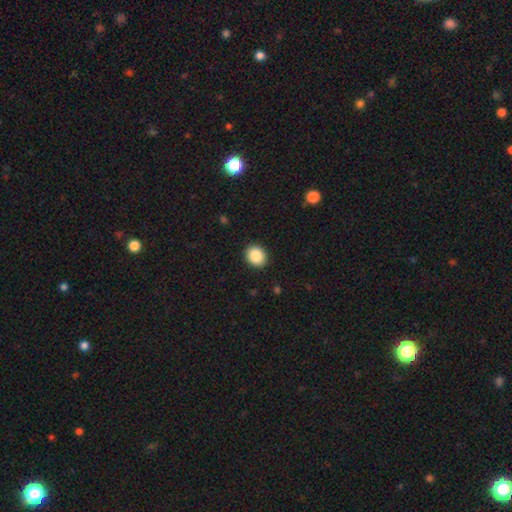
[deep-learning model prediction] smooth 88%, star or artifact 8%, featured or disk 4%. Down the decision tree: how rounded — round (66%); merging — none (91%).